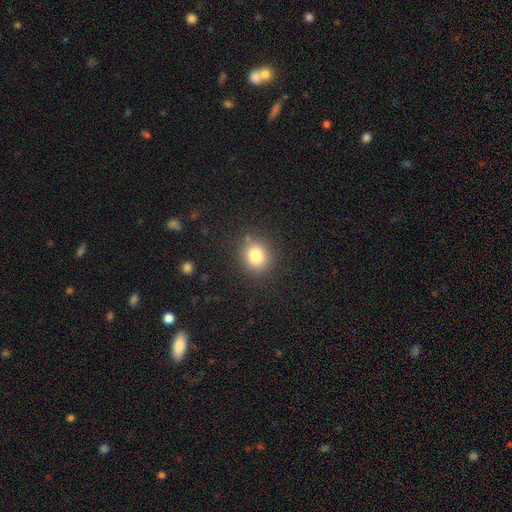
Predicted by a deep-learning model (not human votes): smooth-or-featured: smooth: 80% | star or artifact: 12% | featured or disk: 8%
  how-rounded: round: 76% | in between: 23% | cigar-shaped: 1%
  merging: none: 85% | minor disturbance: 10% | major disturbance: 3% | merger: 2%